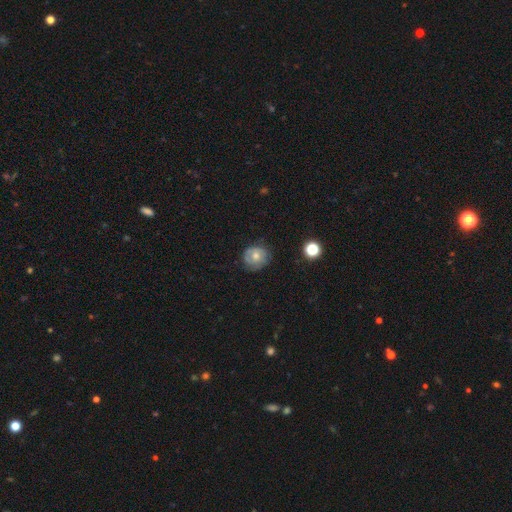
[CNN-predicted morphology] Smooth or featured: smooth — 60% (featured or disk — 31%)
How rounded: round — 84% (in between — 15%)
Merging: none — 75% (minor disturbance — 19%)